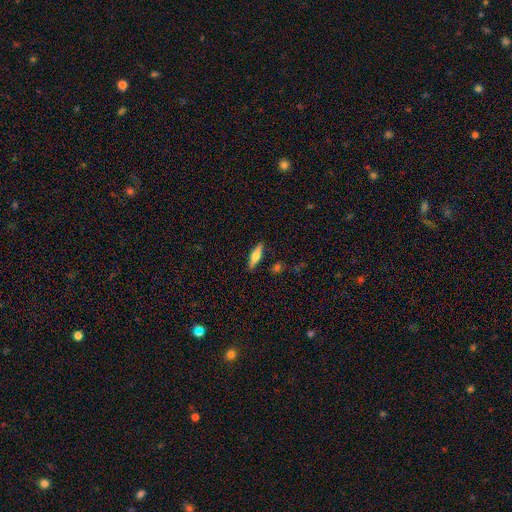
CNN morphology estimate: smooth-or-featured: smooth: 57% | featured or disk: 36% | star or artifact: 7%
  how-rounded: cigar-shaped: 67% | in between: 31% | round: 2%
  merging: none: 86% | minor disturbance: 9% | major disturbance: 2% | merger: 2%